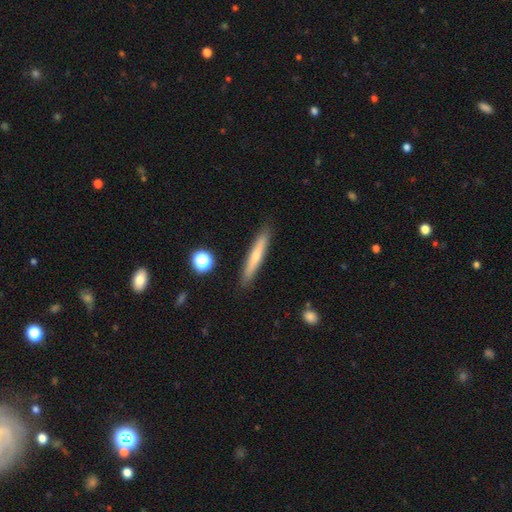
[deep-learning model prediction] Smooth or featured? smooth (54%)
How rounded? cigar-shaped (93%)
Merging? none (89%)